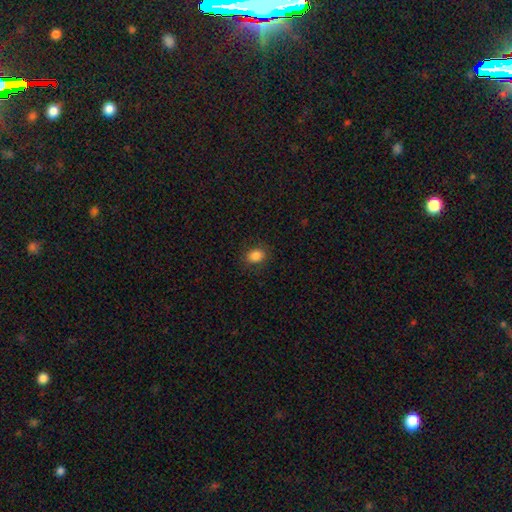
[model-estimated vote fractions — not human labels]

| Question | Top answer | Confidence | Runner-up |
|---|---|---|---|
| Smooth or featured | smooth | 85% | star or artifact (10%) |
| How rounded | in between | 59% | round (40%) |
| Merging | none | 86% | minor disturbance (10%) |